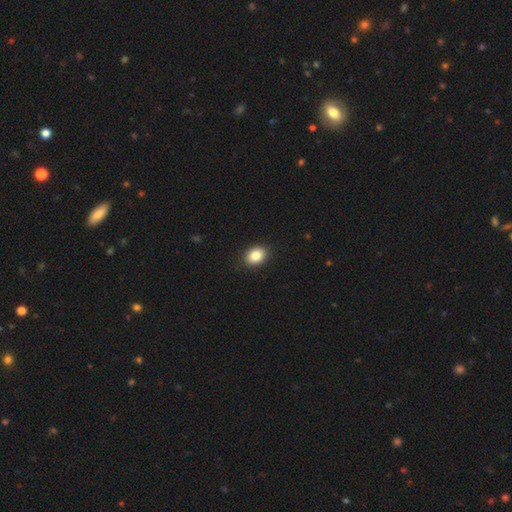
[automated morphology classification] Smooth or featured? Predicted: smooth (p=0.85). How rounded? Predicted: in between (p=0.68). Merging? Predicted: none (p=0.89).